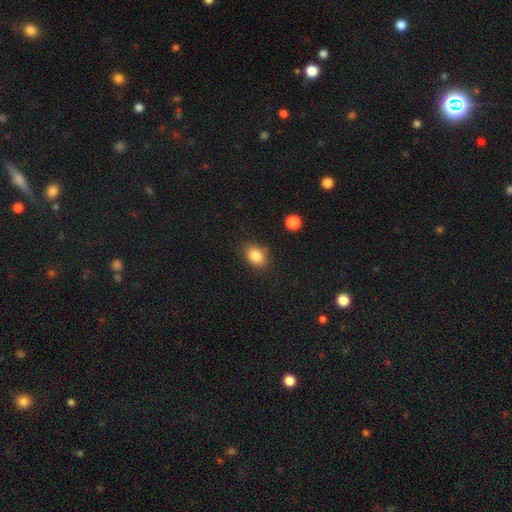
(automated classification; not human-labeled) A smooth galaxy with no disk features (85%) that is in between round and cigar-shaped (71%). Merging: none (83%).